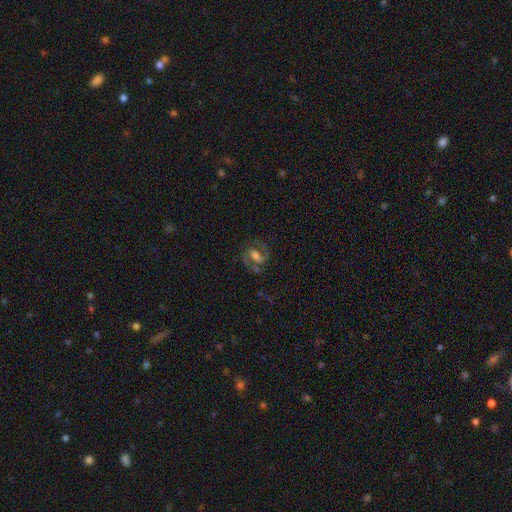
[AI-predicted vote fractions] Smooth or featured: featured or disk — 74% (smooth — 18%)
Edge-on disk: no — 96% (yes — 4%)
Bar: weak — 43% (strong — 34%)
Spiral arms: yes — 91% (no — 9%)
Spiral winding: medium — 56% (tight — 24%)
Spiral arm count: 2 — 89% (can't tell — 5%)
Bulge size: moderate — 44% (large — 23%)
Merging: none — 69% (minor disturbance — 15%)